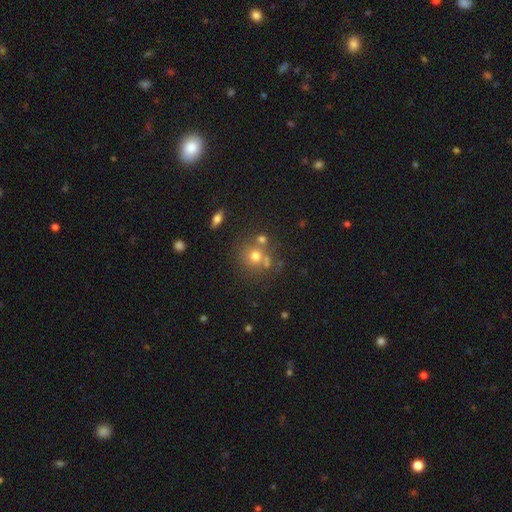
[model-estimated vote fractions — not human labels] Q: Smooth or featured?
A: smooth (60%); runner-up: star or artifact (24%)
Q: How rounded?
A: round (86%); runner-up: in between (13%)
Q: Merging?
A: none (59%); runner-up: merger (27%)